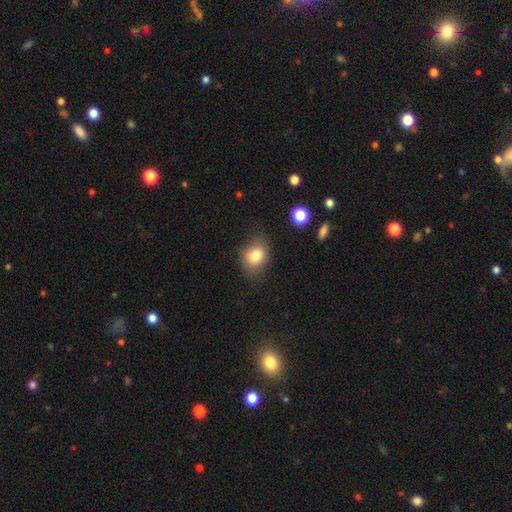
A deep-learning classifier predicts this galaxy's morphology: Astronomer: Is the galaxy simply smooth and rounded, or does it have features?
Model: smooth — 80%.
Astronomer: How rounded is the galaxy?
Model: in between — 53% (runner-up: round, 46%).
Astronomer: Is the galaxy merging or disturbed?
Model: none — 72%.